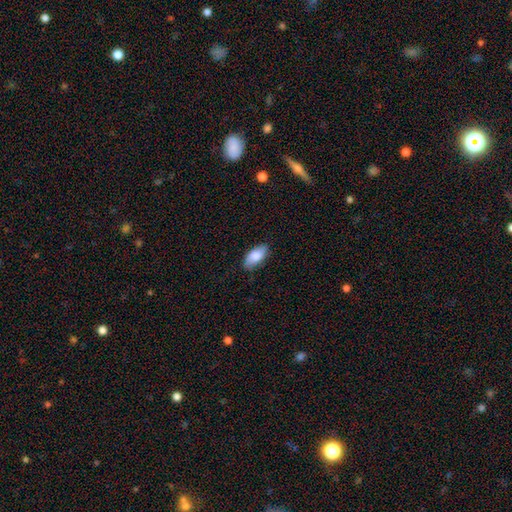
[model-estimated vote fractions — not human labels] Smooth or featured? Predicted: smooth (p=0.81). How rounded? Predicted: in between (p=0.91). Merging? Predicted: none (p=0.83).